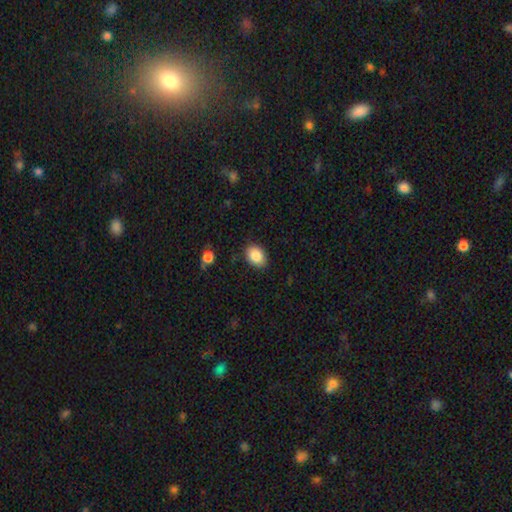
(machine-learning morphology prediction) A smooth galaxy with no disk features (87%) that is in between round and cigar-shaped (75%). Merging: none (86%).